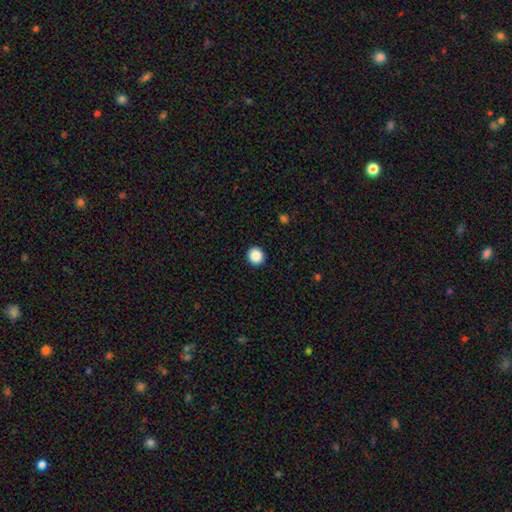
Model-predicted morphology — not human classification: A smooth galaxy with no disk features (88%) that is round (90%).

Vote fractions:
- Smooth or featured? smooth: 88% / star or artifact: 9% / featured or disk: 3%
- How rounded? round: 90% / in between: 9% / cigar-shaped: 1%
- Merging? none: 93% / minor disturbance: 5% / major disturbance: 2% / merger: 1%